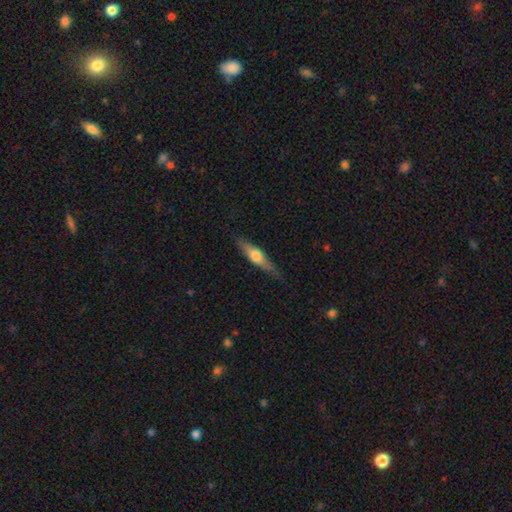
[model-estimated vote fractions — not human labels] featured or disk 54%, smooth 41%, star or artifact 6%. Down the decision tree: edge-on disk — yes (94%); edge-on bulge — rounded (89%); merging — none (77%).